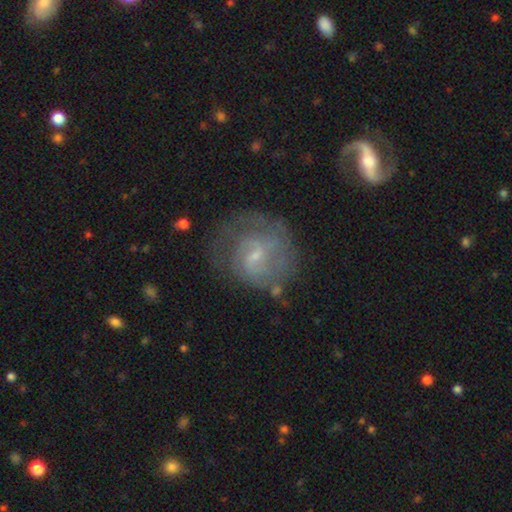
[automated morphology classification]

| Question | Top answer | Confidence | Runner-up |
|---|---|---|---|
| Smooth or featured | featured or disk | 72% | smooth (19%) |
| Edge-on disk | no | 97% | yes (3%) |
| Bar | weak | 54% | no (35%) |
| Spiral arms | yes | 86% | no (14%) |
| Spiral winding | medium | 40% | tight (39%) |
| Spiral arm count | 2 | 42% | can't tell (34%) |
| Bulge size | small | 70% | moderate (21%) |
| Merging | none | 59% | minor disturbance (21%) |